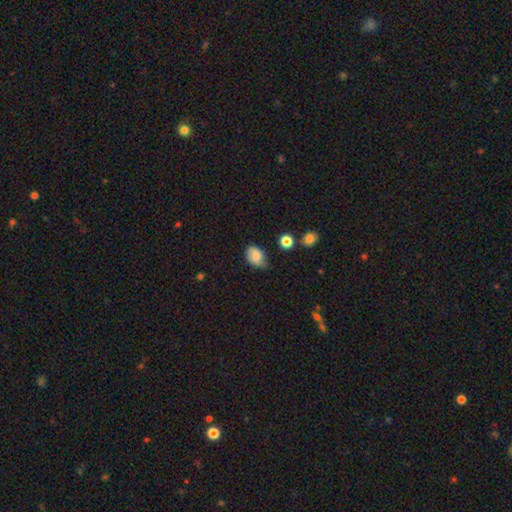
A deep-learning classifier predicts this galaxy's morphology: Overall: smooth (81%). How rounded: in between (76%). Merging: none (53%; minor disturbance 37%).